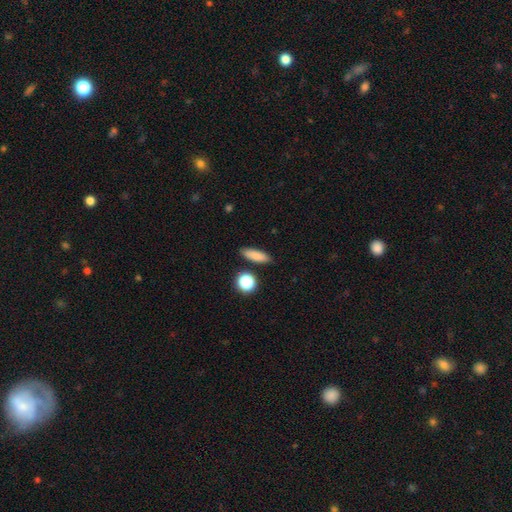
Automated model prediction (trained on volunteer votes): Smooth or featured? Predicted: smooth (p=0.82). How rounded? Predicted: in between (p=0.47). Merging? Predicted: none (p=0.85).